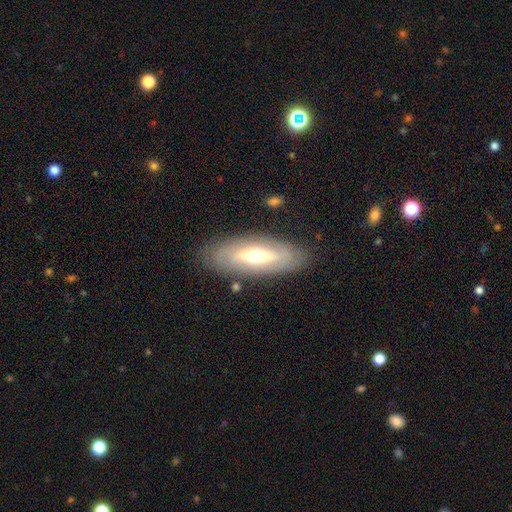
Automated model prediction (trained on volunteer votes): Q: Smooth or featured?
A: featured or disk (59%); runner-up: smooth (35%)
Q: Edge-on disk?
A: no (73%); runner-up: yes (27%)
Q: Merging?
A: none (83%); runner-up: minor disturbance (12%)